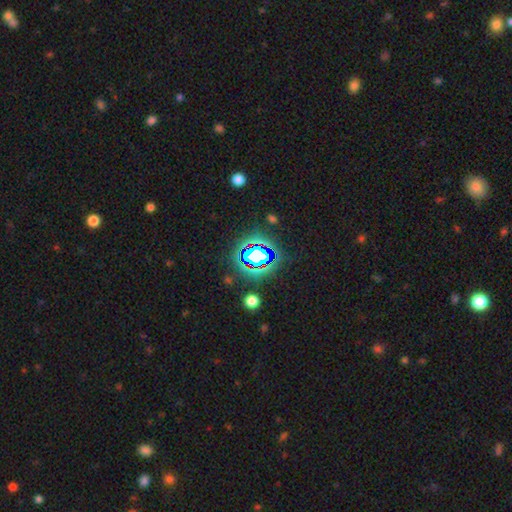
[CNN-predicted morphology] smooth_or_featured: star or artifact (p=0.69) [alt: smooth p=0.18]